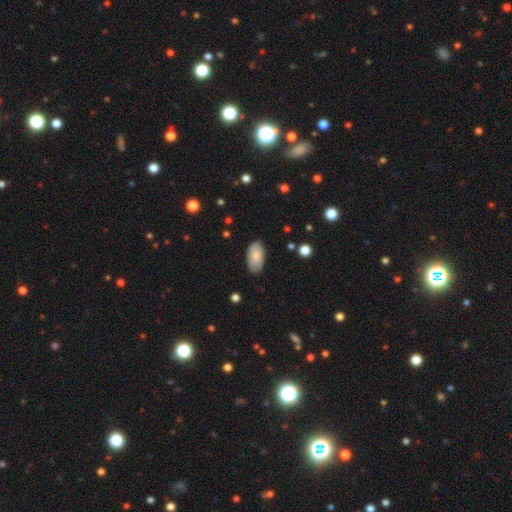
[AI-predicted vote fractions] Morphology: type=smooth (85%); roundness=in between (95%); merging=none (85%).